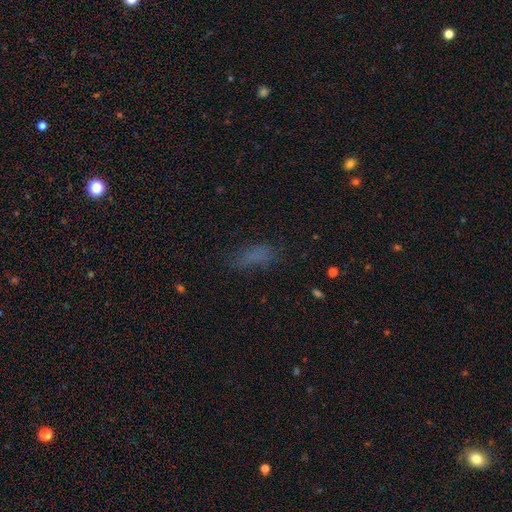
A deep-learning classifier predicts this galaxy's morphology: Smooth or featured? smooth (69%)
How rounded? in between (66%)
Merging? none (62%)